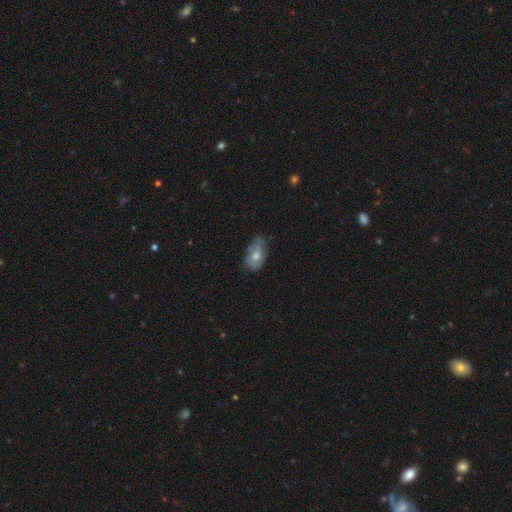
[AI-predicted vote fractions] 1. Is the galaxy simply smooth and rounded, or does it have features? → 59% smooth, 31% featured or disk, 10% star or artifact.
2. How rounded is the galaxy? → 88% in between, 9% round, 3% cigar-shaped.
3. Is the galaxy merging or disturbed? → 56% none, 35% minor disturbance, 8% major disturbance, 2% merger.